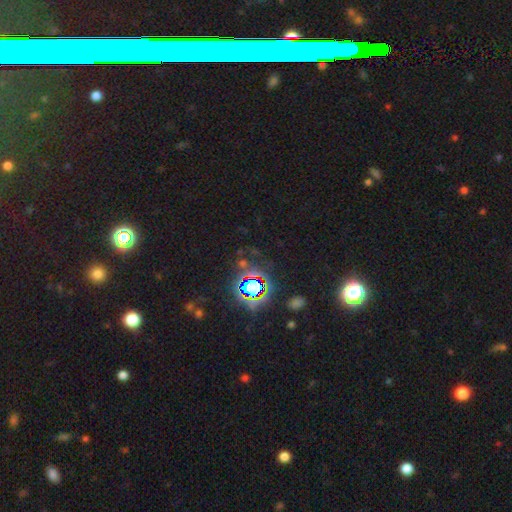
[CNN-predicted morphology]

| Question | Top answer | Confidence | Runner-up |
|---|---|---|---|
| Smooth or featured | star or artifact | 79% | smooth (12%) |